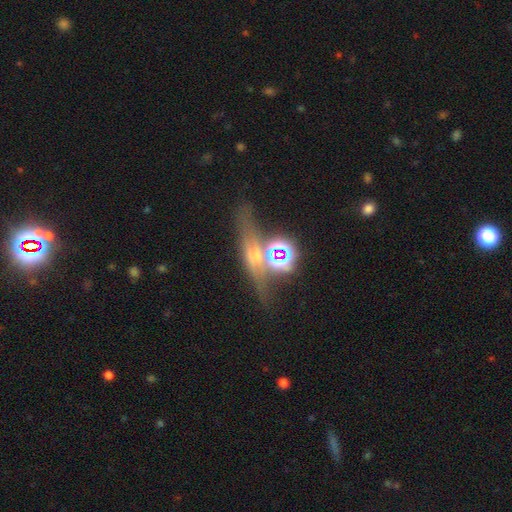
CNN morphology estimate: smooth-or-featured: star or artifact: 38% | featured or disk: 37% | smooth: 24%